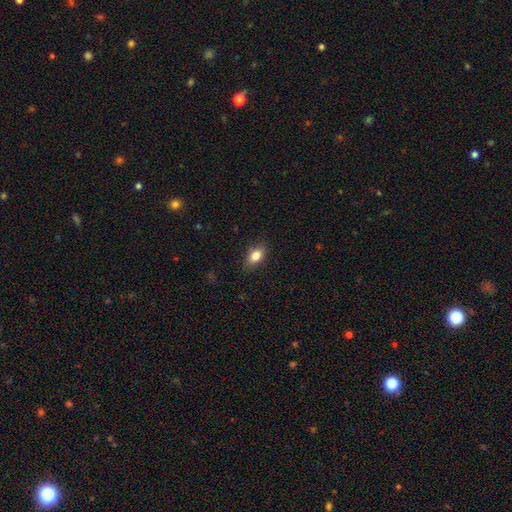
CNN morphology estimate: smooth-or-featured: smooth: 82% | featured or disk: 10% | star or artifact: 8%
  how-rounded: in between: 82% | round: 13% | cigar-shaped: 5%
  merging: none: 84% | minor disturbance: 12% | major disturbance: 3% | merger: 1%